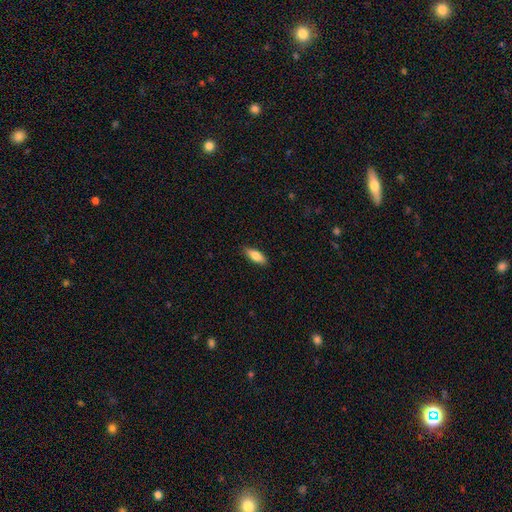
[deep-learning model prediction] Smooth or featured: smooth — 82% (featured or disk — 12%)
How rounded: in between — 71% (cigar-shaped — 27%)
Merging: none — 85% (minor disturbance — 11%)